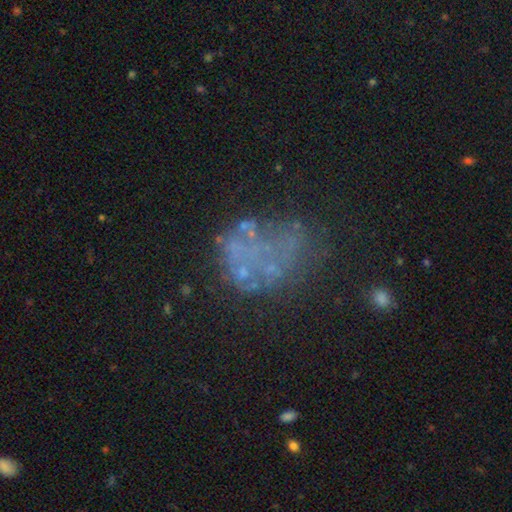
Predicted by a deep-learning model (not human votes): featured or disk 50%, star or artifact 28%, smooth 22%. Down the decision tree: merging — none (51%).